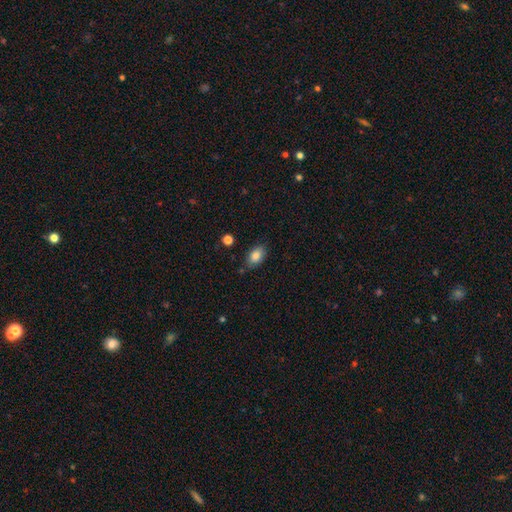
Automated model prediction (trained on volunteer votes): This is clearly a smooth galaxy (84%). How rounded: clearly in between (89%). Merging: likely none (80%).